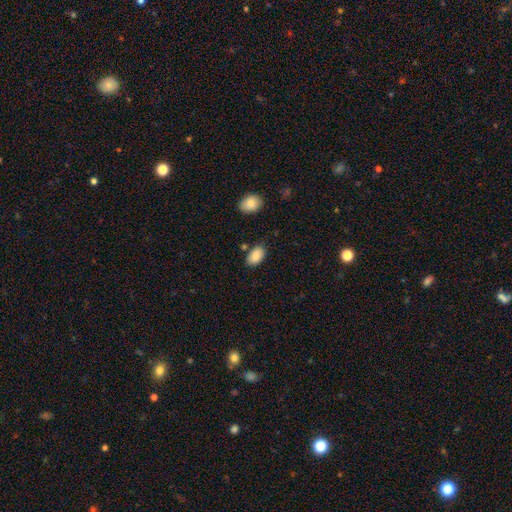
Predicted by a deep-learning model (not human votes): smooth_or_featured: smooth (p=0.87) [alt: star or artifact p=0.07]
how_rounded: in between (p=0.93) [alt: round p=0.06]
merging: none (p=0.79) [alt: minor disturbance p=0.14]